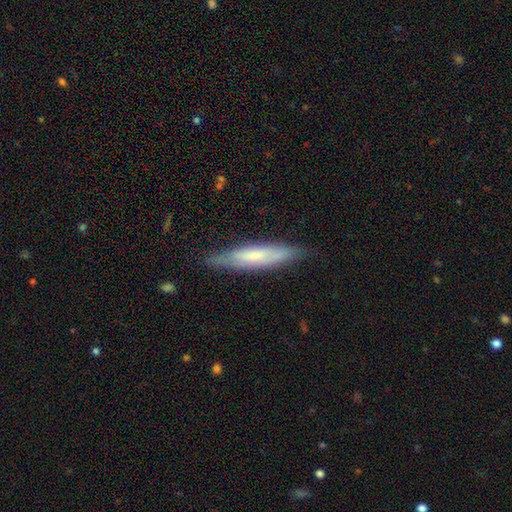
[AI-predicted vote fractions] This appears to be a smooth galaxy with no disk features (51%) that is cigar-shaped (83%). Merging: none (82%).